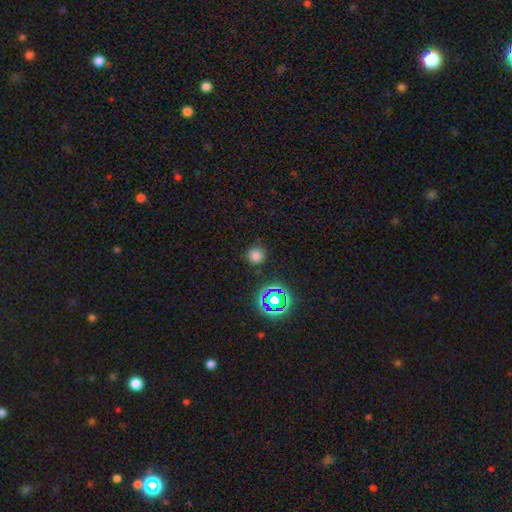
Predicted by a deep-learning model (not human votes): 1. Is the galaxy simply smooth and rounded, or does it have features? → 72% smooth, 22% star or artifact, 6% featured or disk.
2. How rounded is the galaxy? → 93% round, 6% in between, 1% cigar-shaped.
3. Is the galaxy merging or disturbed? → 86% none, 9% minor disturbance, 3% major disturbance, 2% merger.